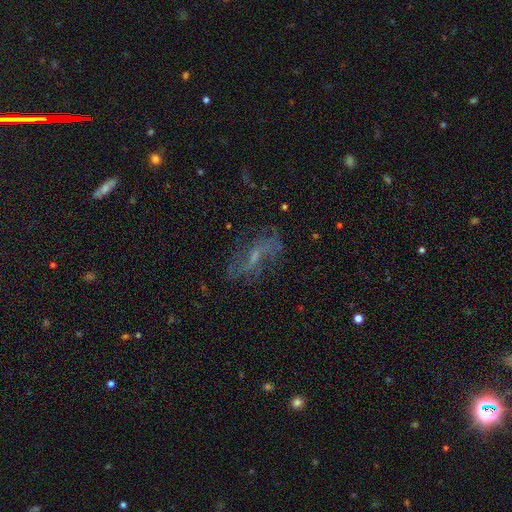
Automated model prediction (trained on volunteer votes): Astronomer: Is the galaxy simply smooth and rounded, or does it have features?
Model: featured or disk — 61%.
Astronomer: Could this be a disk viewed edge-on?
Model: no — 87%.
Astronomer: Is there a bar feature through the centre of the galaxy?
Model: weak — 46% (runner-up: no, 34%).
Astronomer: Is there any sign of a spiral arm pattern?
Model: yes — 73%.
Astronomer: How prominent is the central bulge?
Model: small — 47% (runner-up: moderate, 27%).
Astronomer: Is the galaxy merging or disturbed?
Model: none — 63%.